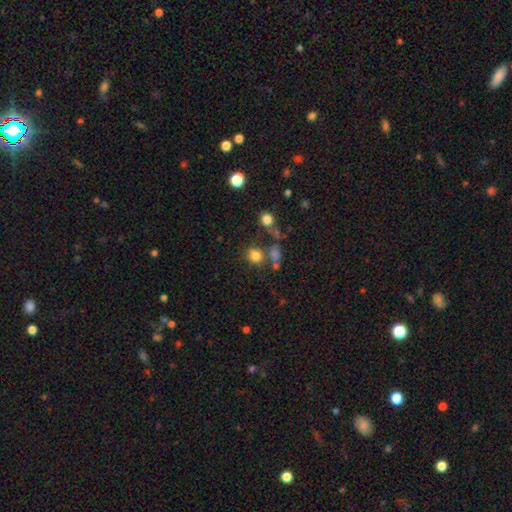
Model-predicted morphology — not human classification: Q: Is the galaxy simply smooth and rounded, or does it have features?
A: smooth — 78%.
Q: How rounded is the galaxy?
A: round — 68%.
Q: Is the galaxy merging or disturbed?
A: none — 61%.